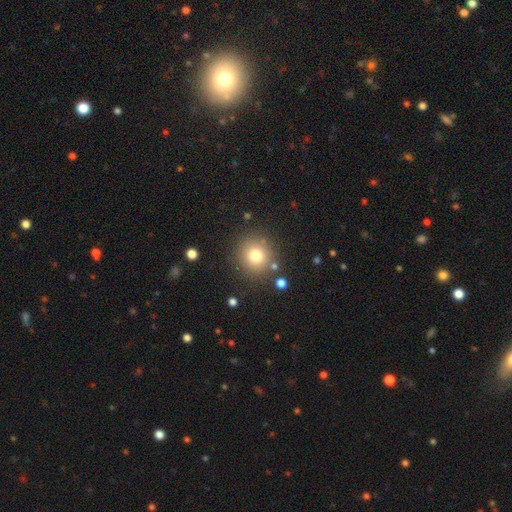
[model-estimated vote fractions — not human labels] smooth-or-featured: smooth: 76% | star or artifact: 14% | featured or disk: 10%
  how-rounded: round: 91% | in between: 8% | cigar-shaped: 1%
  merging: none: 84% | minor disturbance: 8% | merger: 4% | major disturbance: 4%